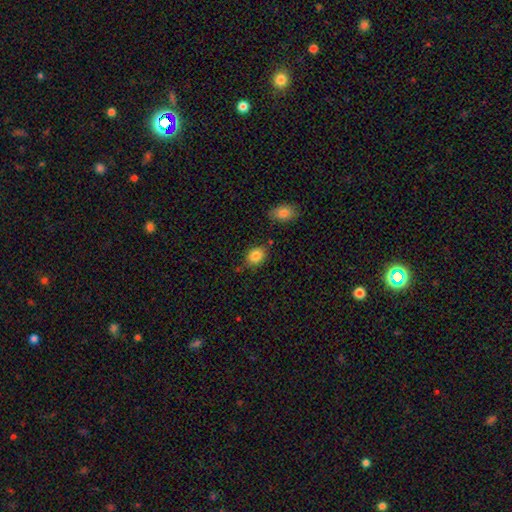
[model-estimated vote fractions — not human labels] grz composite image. It shows a smooth galaxy with no disk features (84%) that is in between round and cigar-shaped (59%). Merging: none (74%).